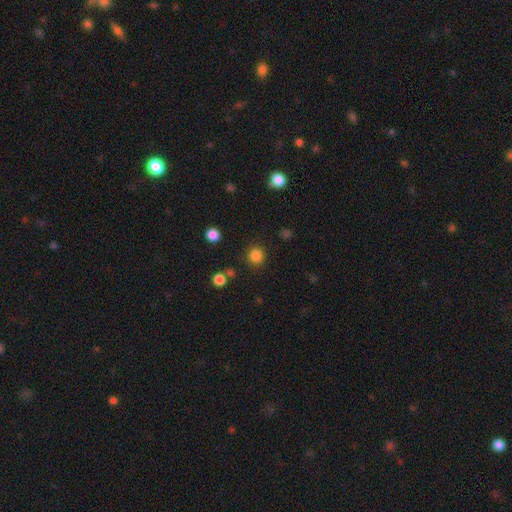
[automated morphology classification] Q: Smooth or featured?
A: smooth (83%); runner-up: star or artifact (13%)
Q: How rounded?
A: round (92%); runner-up: in between (7%)
Q: Merging?
A: none (88%); runner-up: minor disturbance (7%)